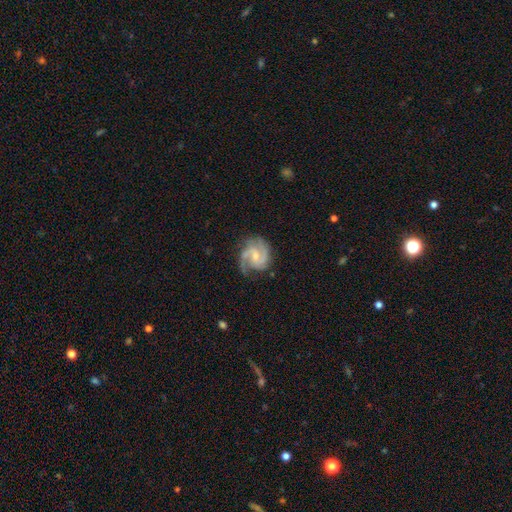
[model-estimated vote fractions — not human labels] Smooth or featured: featured or disk — 91% (smooth — 5%)
Edge-on disk: no — 98% (yes — 2%)
Bar: no — 47% (weak — 44%)
Spiral arms: yes — 98% (no — 2%)
Spiral winding: medium — 54% (tight — 34%)
Spiral arm count: 2 — 69% (3 — 19%)
Bulge size: small — 59% (moderate — 36%)
Merging: none — 73% (minor disturbance — 19%)